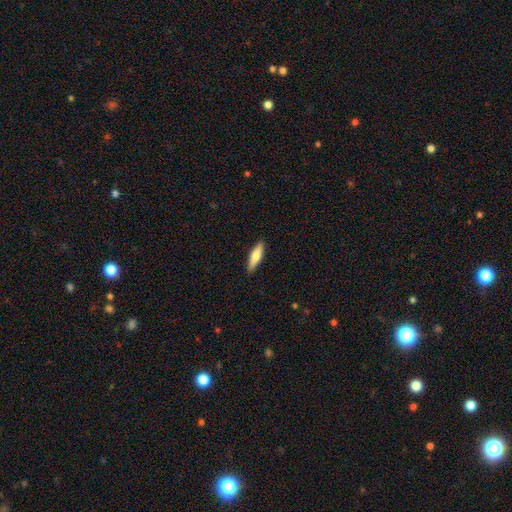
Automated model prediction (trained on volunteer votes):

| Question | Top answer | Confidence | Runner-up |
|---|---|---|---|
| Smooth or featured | smooth | 70% | featured or disk (24%) |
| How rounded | cigar-shaped | 66% | in between (32%) |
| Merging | none | 89% | minor disturbance (8%) |